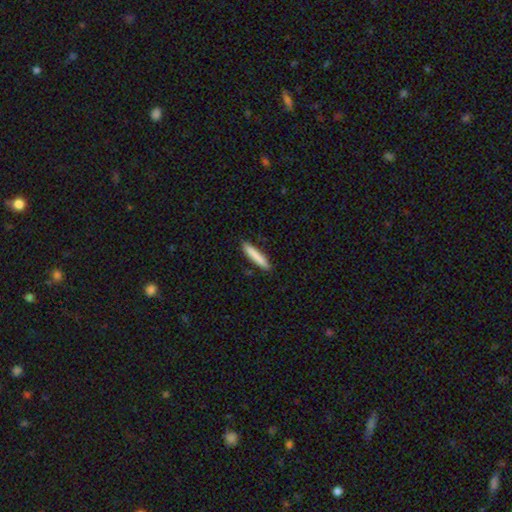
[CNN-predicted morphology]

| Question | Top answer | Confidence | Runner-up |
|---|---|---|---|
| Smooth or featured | smooth | 83% | featured or disk (11%) |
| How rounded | cigar-shaped | 92% | in between (7%) |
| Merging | none | 89% | minor disturbance (8%) |